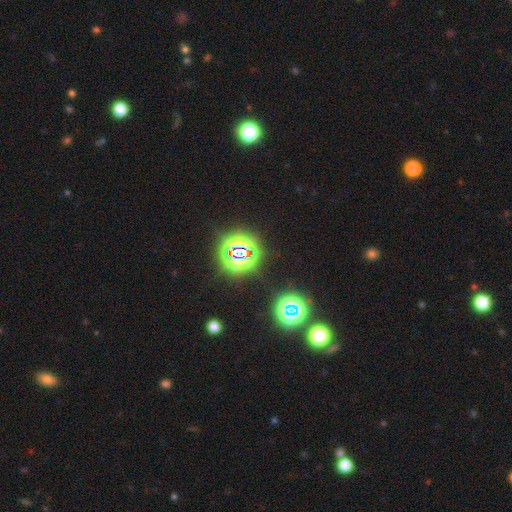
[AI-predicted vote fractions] Smooth or featured?
  - star or artifact: 74% *
  - smooth: 20%
  - featured or disk: 5%